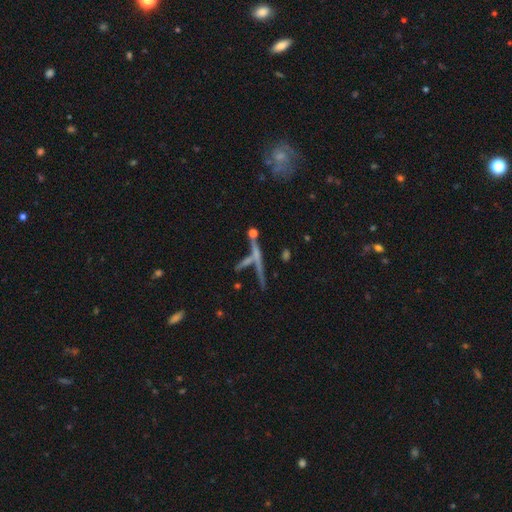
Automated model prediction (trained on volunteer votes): Smooth or featured: featured or disk — 52% (smooth — 32%)
Edge-on disk: yes — 82% (no — 18%)
Merging: none — 53% (merger — 27%)